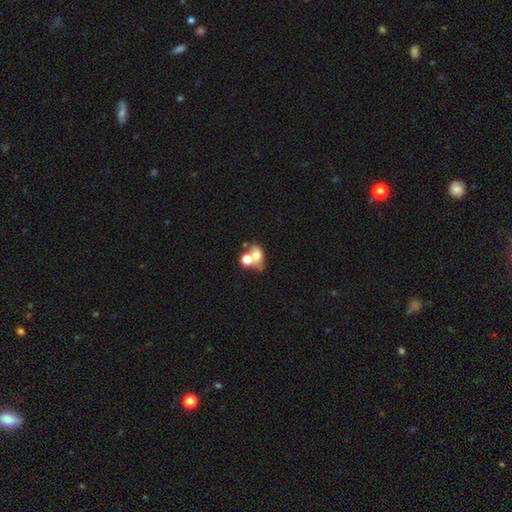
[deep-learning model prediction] smooth 68%, featured or disk 20%, star or artifact 12%. Down the decision tree: how rounded — in between (63%); merging — merger (57%).